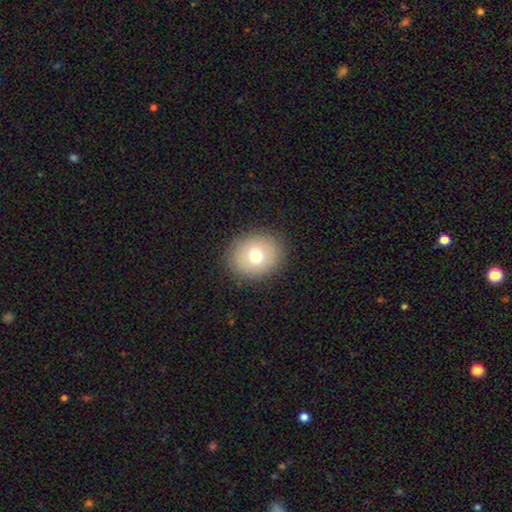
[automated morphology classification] A smooth galaxy with no disk features (72%) that is round (72%).

Vote fractions:
- Smooth or featured? smooth: 72% / featured or disk: 16% / star or artifact: 12%
- How rounded? round: 72% / in between: 27% / cigar-shaped: 1%
- Merging? none: 87% / minor disturbance: 8% / major disturbance: 3% / merger: 1%